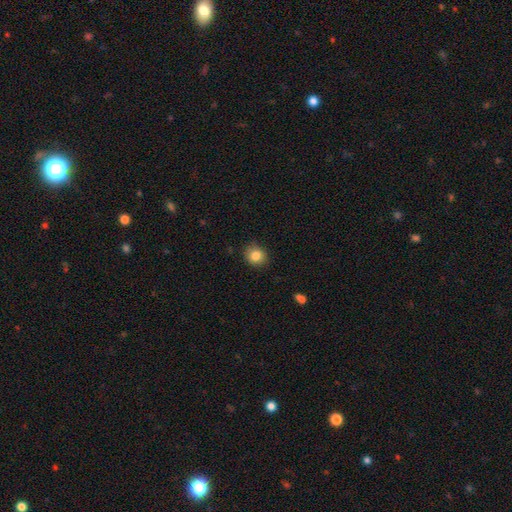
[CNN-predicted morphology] Smooth or featured? smooth (84%)
How rounded? round (78%)
Merging? none (82%)